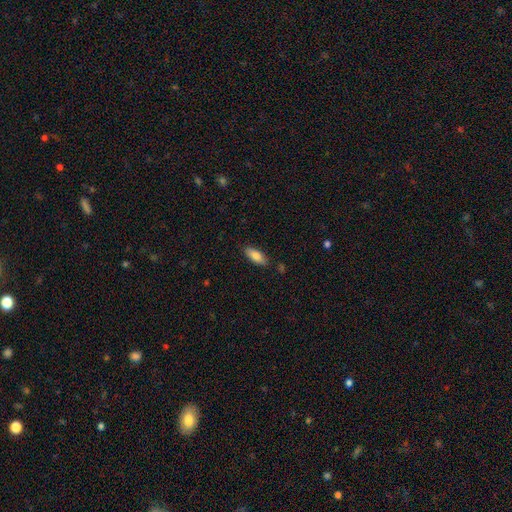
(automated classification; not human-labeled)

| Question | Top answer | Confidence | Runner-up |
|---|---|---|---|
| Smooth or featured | smooth | 83% | featured or disk (10%) |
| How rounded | in between | 79% | cigar-shaped (19%) |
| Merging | none | 84% | minor disturbance (12%) |